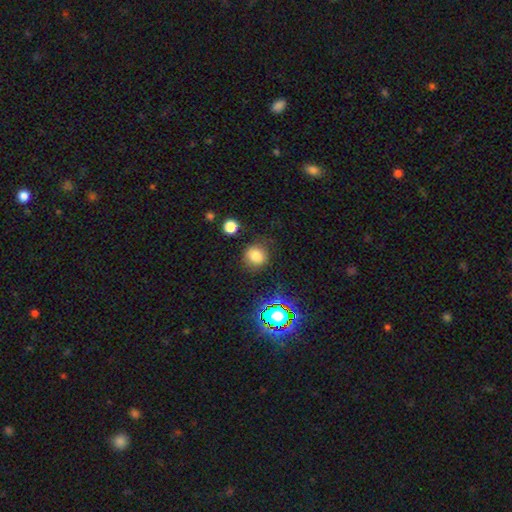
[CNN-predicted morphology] Smooth or featured: smooth — 76% (star or artifact — 17%)
How rounded: round — 86% (in between — 13%)
Merging: none — 82% (minor disturbance — 11%)